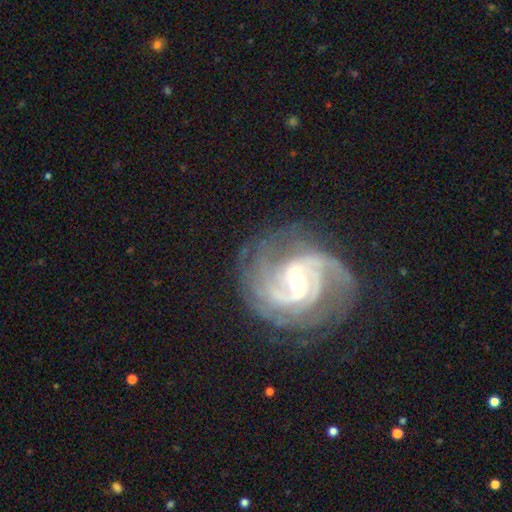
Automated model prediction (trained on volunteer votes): Q: Smooth or featured?
A: featured or disk (90%); runner-up: star or artifact (6%)
Q: Edge-on disk?
A: no (98%); runner-up: yes (2%)
Q: Bar?
A: weak (46%); runner-up: strong (30%)
Q: Spiral arms?
A: yes (98%); runner-up: no (2%)
Q: Spiral winding?
A: tight (48%); runner-up: medium (43%)
Q: Spiral arm count?
A: 2 (48%); runner-up: 3 (20%)
Q: Bulge size?
A: small (51%); runner-up: moderate (43%)
Q: Merging?
A: none (76%); runner-up: minor disturbance (15%)